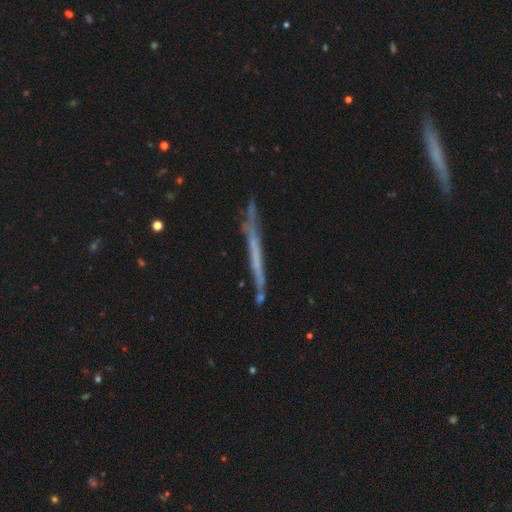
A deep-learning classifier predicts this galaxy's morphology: This is possibly a featured or disk galaxy (55%). It is clearly viewed edge-on (94%). Edge-on bulge: clearly none (91%). Merging: clearly none (80%).